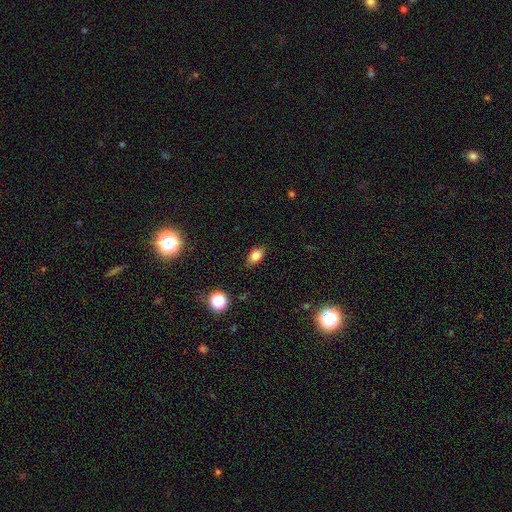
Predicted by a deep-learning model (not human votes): This appears to be a smooth galaxy with no disk features (81%) that is in between round and cigar-shaped (84%). Merging: none (84%).